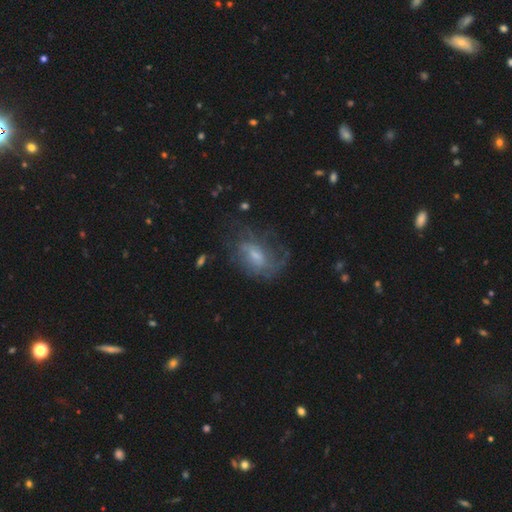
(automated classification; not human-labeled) Smooth or featured? featured or disk (62%)
Edge-on disk? no (95%)
Bar? weak (48%)
Spiral arms? yes (72%)
Bulge size? small (45%)
Merging? none (48%)